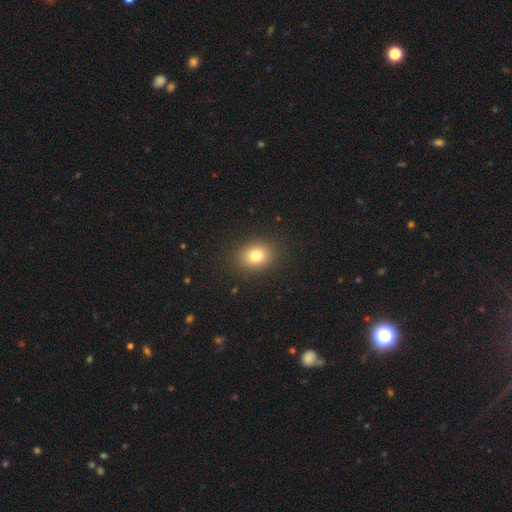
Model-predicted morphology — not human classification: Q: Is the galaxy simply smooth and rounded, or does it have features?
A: smooth — 79%.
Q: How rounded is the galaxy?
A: round — 54%.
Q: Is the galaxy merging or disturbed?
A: none — 89%.